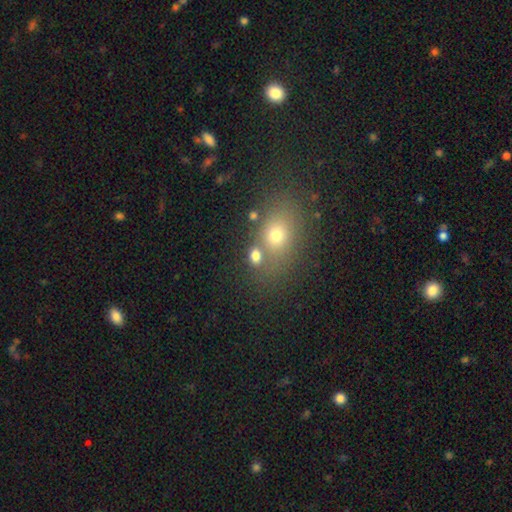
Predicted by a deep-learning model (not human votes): Smooth or featured: smooth — 72% (star or artifact — 17%)
How rounded: in between — 53% (round — 45%)
Merging: none — 61% (merger — 23%)